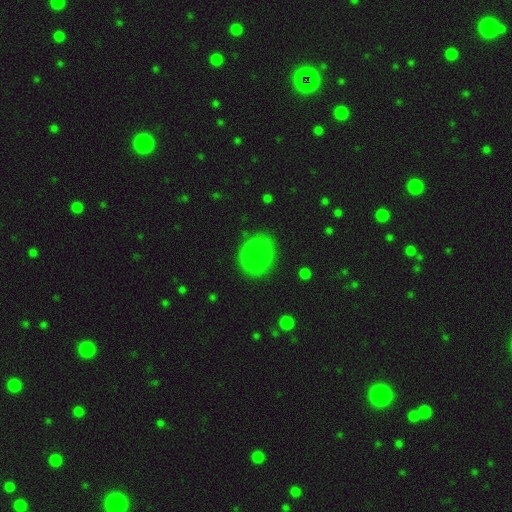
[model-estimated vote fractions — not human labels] Morphology: type=smooth (76%); roundness=round (56%); merging=none (72%).